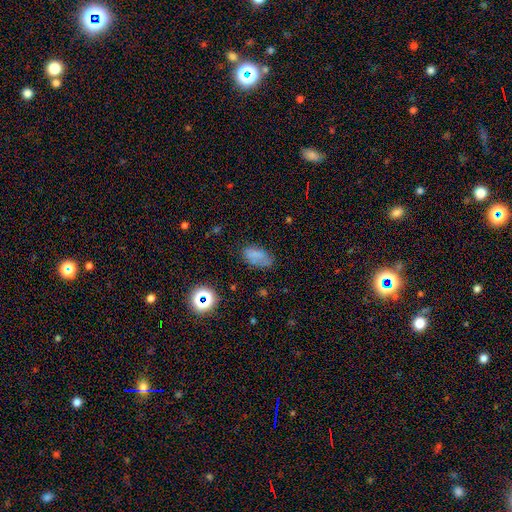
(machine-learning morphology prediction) Q: Smooth or featured?
A: smooth (73%); runner-up: star or artifact (15%)
Q: How rounded?
A: in between (91%); runner-up: round (5%)
Q: Merging?
A: none (64%); runner-up: minor disturbance (25%)